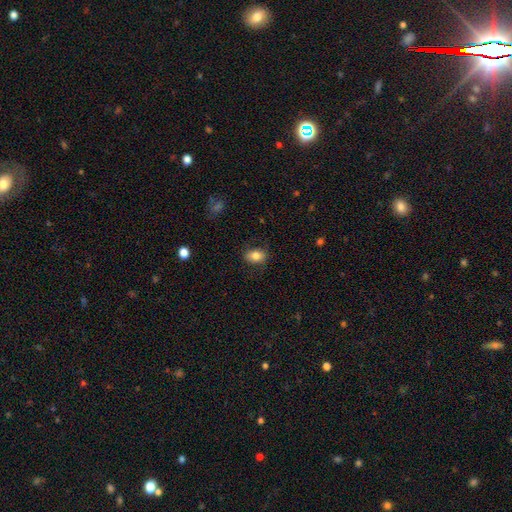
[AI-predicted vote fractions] This is clearly a smooth galaxy (83%). How rounded: likely in between (76%). Merging: clearly none (82%).